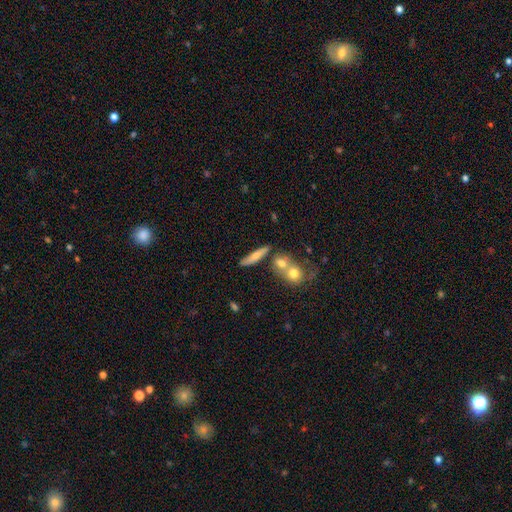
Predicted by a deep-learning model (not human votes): Smooth or featured: smooth — 63% (featured or disk — 29%)
How rounded: cigar-shaped — 78% (in between — 17%)
Merging: none — 66% (merger — 18%)